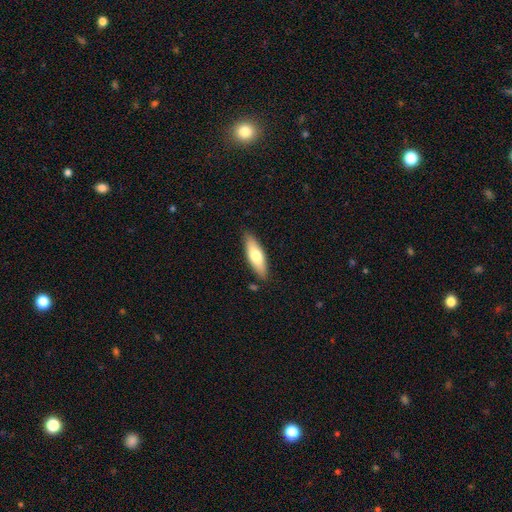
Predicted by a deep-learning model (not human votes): smooth_or_featured: smooth (p=0.68) [alt: featured or disk p=0.27]
how_rounded: in between (p=0.52) [alt: cigar-shaped p=0.46]
merging: none (p=0.85) [alt: minor disturbance p=0.11]